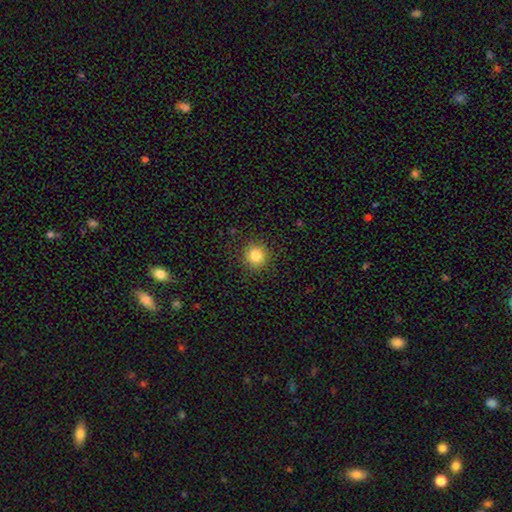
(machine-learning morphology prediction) This appears to be a smooth galaxy with no disk features (83%) that is round (94%). Merging: none (91%).